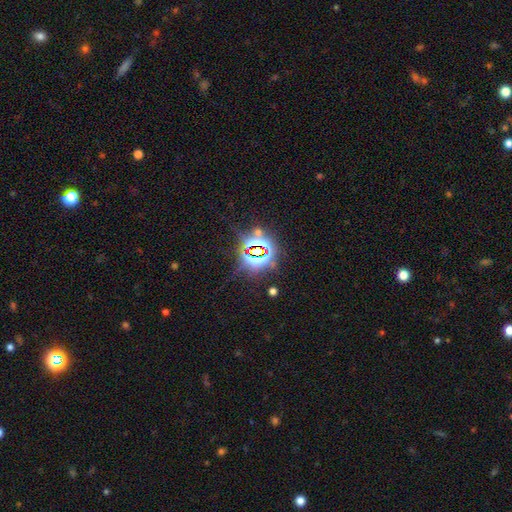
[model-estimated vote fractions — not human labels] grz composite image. It shows a star or artifact, not a galaxy (84%).